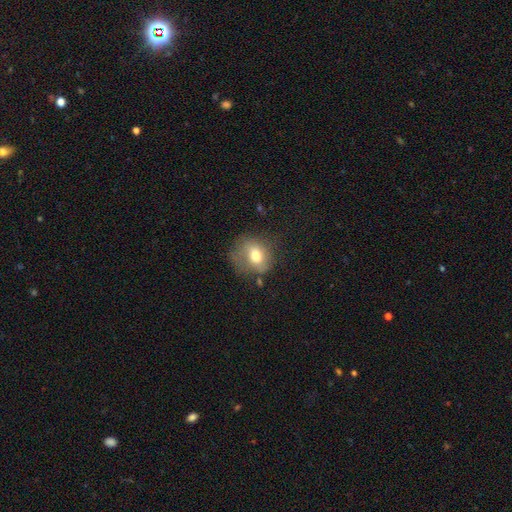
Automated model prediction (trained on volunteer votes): Smooth or featured? Predicted: smooth (p=0.71). How rounded? Predicted: round (p=0.55). Merging? Predicted: none (p=0.47).